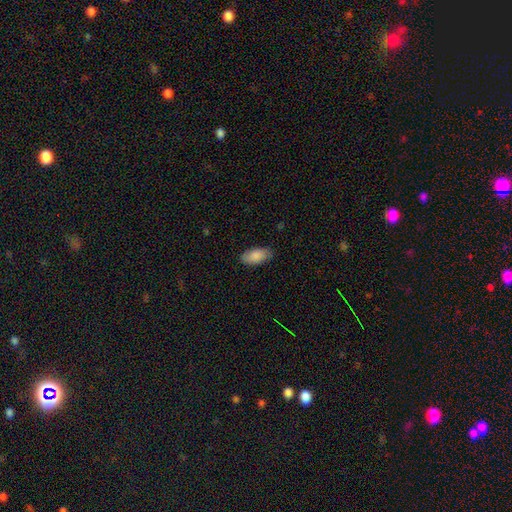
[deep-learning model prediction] A smooth galaxy with no disk features (86%) that is in between round and cigar-shaped (93%).

Vote fractions:
- Smooth or featured? smooth: 86% / featured or disk: 8% / star or artifact: 6%
- How rounded? in between: 93% / cigar-shaped: 5% / round: 2%
- Merging? none: 83% / minor disturbance: 14% / major disturbance: 3% / merger: 1%